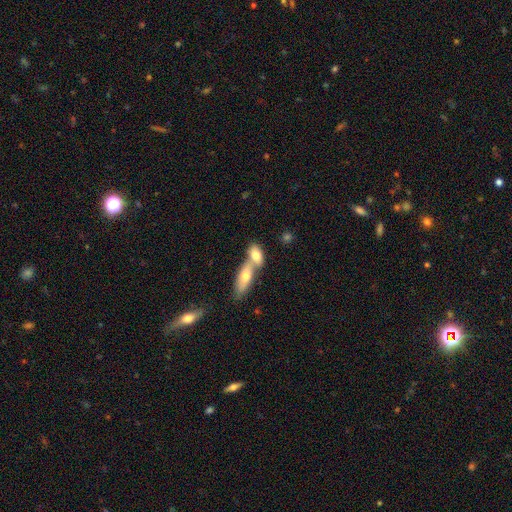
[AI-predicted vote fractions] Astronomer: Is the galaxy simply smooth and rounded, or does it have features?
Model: smooth — 74%.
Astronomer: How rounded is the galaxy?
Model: in between — 79%.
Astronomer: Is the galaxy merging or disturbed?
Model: merger — 67%.